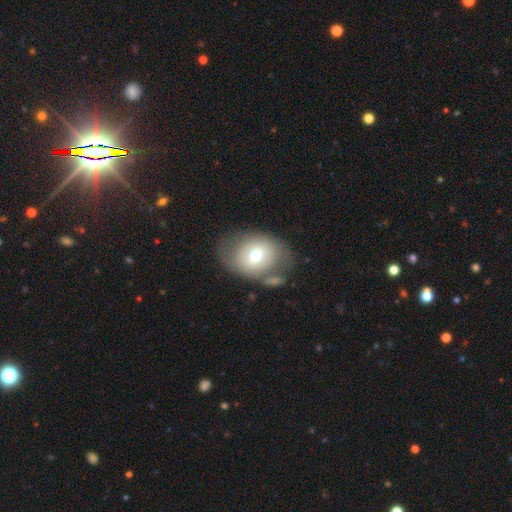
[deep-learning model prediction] Smooth or featured?
  - smooth: 61% *
  - featured or disk: 30%
  - star or artifact: 9%
How rounded?
  - in between: 58% *
  - round: 41%
  - cigar-shaped: 1%
Merging?
  - none: 58% *
  - minor disturbance: 20%
  - major disturbance: 11%
  - merger: 11%